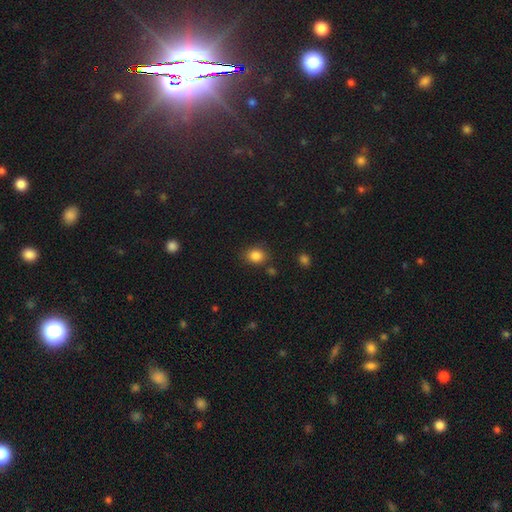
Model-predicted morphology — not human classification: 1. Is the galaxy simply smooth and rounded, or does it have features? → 85% smooth, 11% star or artifact, 4% featured or disk.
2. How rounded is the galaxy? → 55% round, 44% in between, 1% cigar-shaped.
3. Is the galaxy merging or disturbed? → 79% none, 12% minor disturbance, 5% merger, 4% major disturbance.